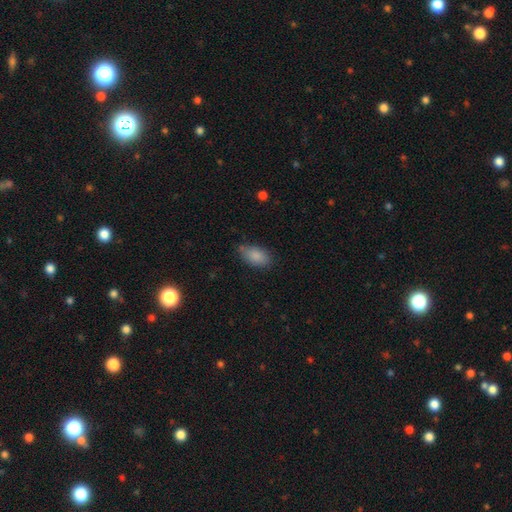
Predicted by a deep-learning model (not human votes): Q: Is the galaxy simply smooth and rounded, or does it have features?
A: smooth — 87%.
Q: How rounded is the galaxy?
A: in between — 92%.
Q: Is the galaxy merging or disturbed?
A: none — 71%.